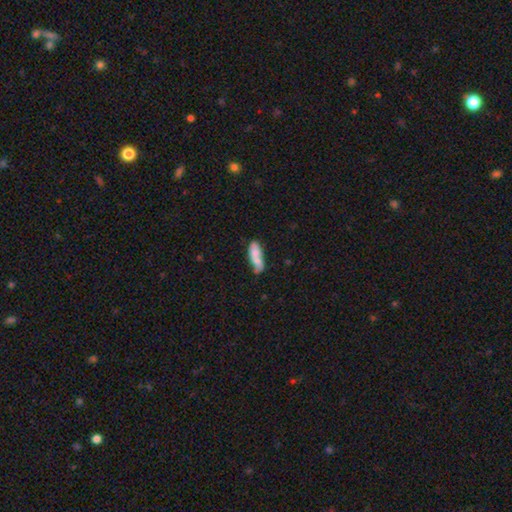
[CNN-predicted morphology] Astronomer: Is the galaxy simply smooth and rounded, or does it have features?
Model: smooth — 57% (runner-up: featured or disk, 36%).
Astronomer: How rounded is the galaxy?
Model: in between — 68%.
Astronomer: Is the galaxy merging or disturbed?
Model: none — 41% (runner-up: merger, 26%).